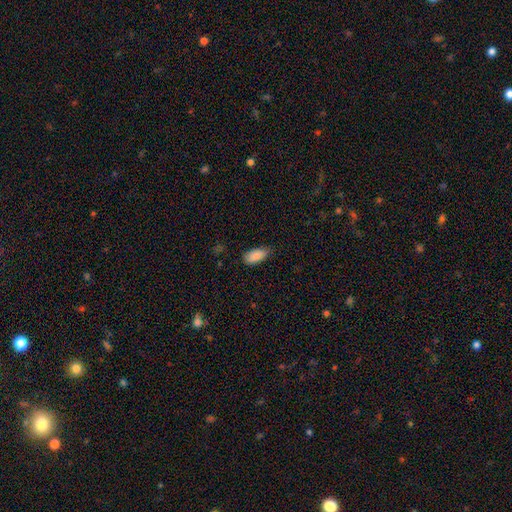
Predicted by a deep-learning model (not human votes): Smooth or featured: smooth — 88% (star or artifact — 7%)
How rounded: in between — 89% (cigar-shaped — 9%)
Merging: none — 75% (minor disturbance — 21%)